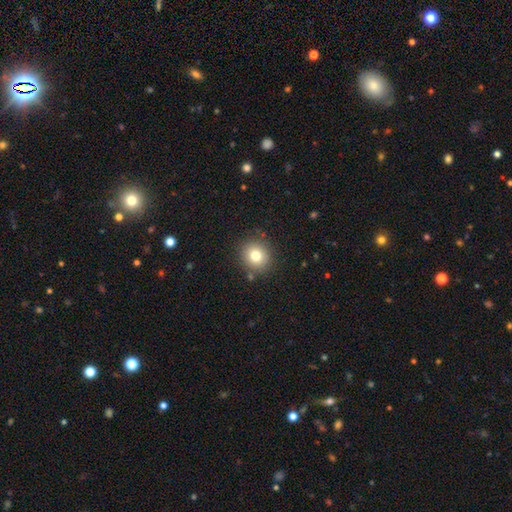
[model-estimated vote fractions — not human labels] A smooth galaxy with no disk features (78%) that is round (84%). Merging: none (86%).